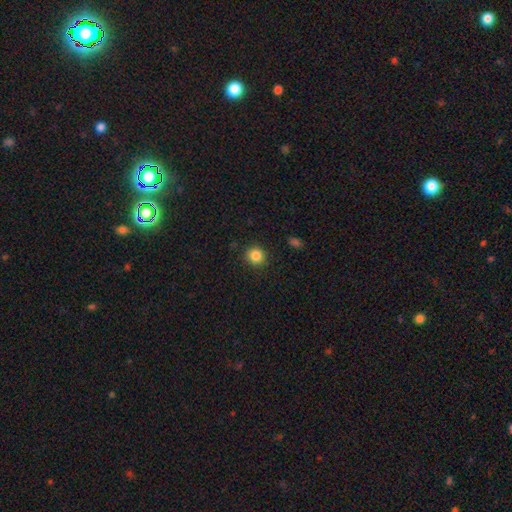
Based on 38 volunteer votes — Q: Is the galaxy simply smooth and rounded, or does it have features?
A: smooth — 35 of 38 (92%).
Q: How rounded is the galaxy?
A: round — 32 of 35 (91%).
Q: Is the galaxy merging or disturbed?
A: none — 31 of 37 (84%).